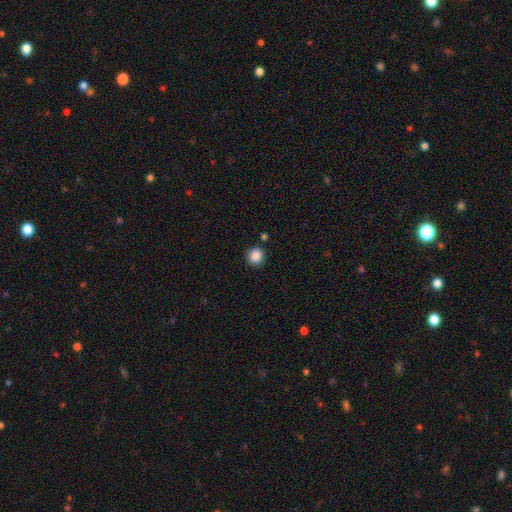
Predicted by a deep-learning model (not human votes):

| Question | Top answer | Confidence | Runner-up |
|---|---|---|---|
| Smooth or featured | smooth | 87% | star or artifact (10%) |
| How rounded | round | 94% | in between (5%) |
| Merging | none | 89% | minor disturbance (6%) |